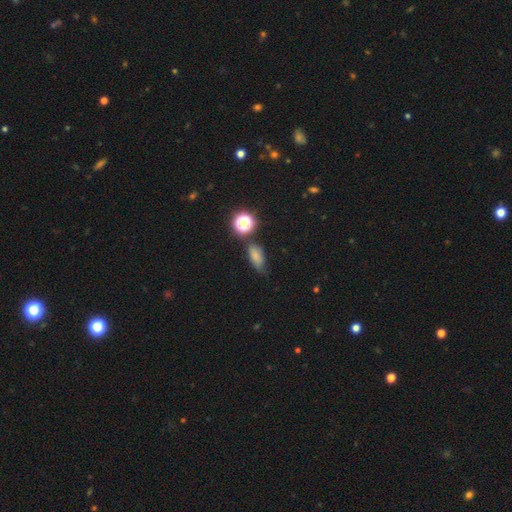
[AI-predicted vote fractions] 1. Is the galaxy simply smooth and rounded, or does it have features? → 70% smooth, 18% star or artifact, 12% featured or disk.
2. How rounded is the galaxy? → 76% in between, 13% round, 11% cigar-shaped.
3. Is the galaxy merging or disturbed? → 57% none, 29% minor disturbance, 8% major disturbance, 7% merger.